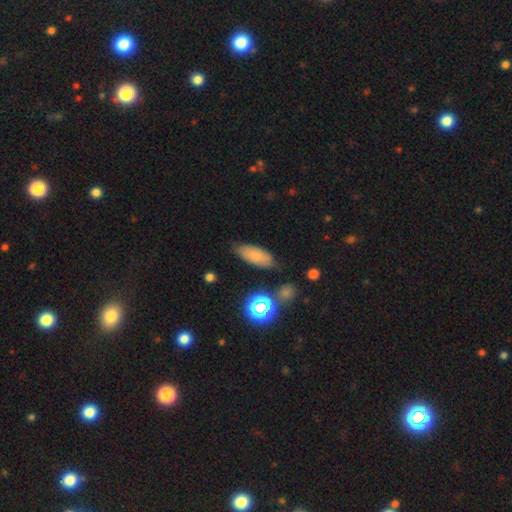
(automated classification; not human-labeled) Q: Smooth or featured?
A: smooth (75%); runner-up: featured or disk (13%)
Q: How rounded?
A: in between (81%); runner-up: cigar-shaped (15%)
Q: Merging?
A: none (75%); runner-up: minor disturbance (17%)